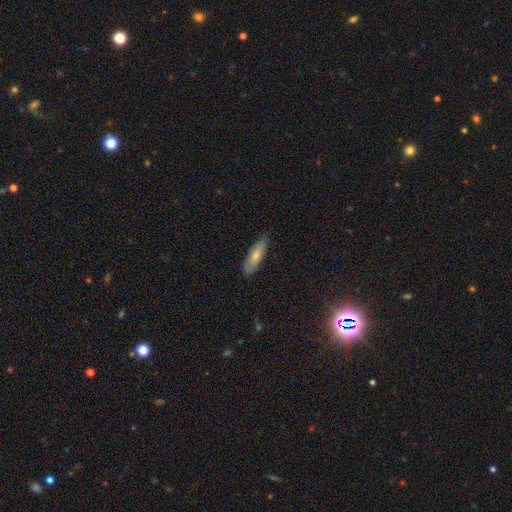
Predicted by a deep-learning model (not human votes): Overall: smooth (71%). How rounded: cigar-shaped (58%; in between 40%). Merging: none (78%).